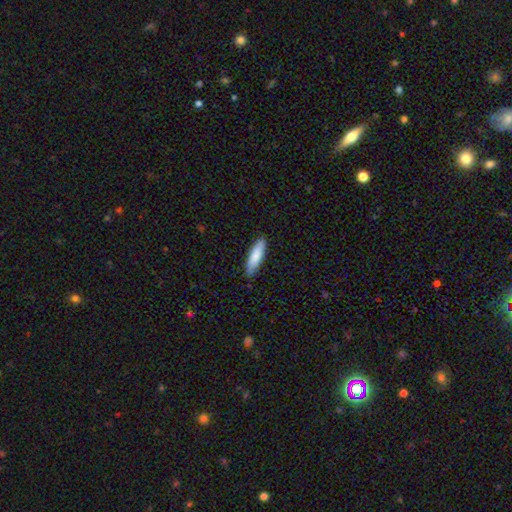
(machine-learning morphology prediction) Overall: smooth (83%). How rounded: cigar-shaped (62%; in between 36%). Merging: none (87%).